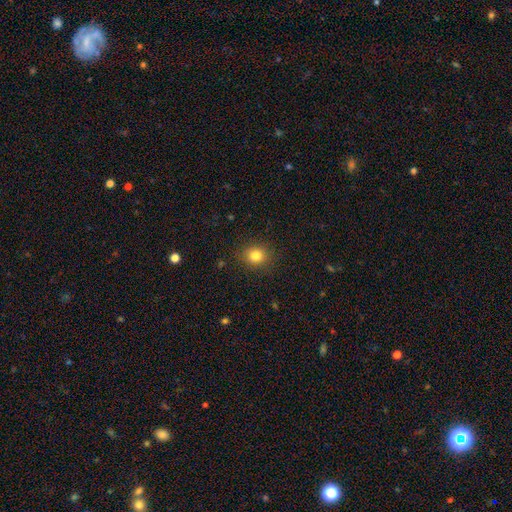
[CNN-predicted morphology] Smooth or featured?
  - smooth: 82% *
  - star or artifact: 12%
  - featured or disk: 6%
How rounded?
  - round: 76% *
  - in between: 23%
  - cigar-shaped: 1%
Merging?
  - none: 88% *
  - minor disturbance: 8%
  - major disturbance: 3%
  - merger: 1%